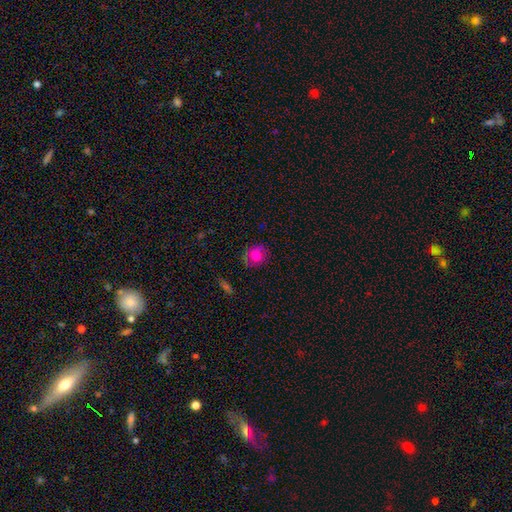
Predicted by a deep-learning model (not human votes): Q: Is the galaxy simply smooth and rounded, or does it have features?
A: smooth — 70%.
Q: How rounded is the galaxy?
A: round — 69%.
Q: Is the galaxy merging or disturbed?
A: none — 78%.